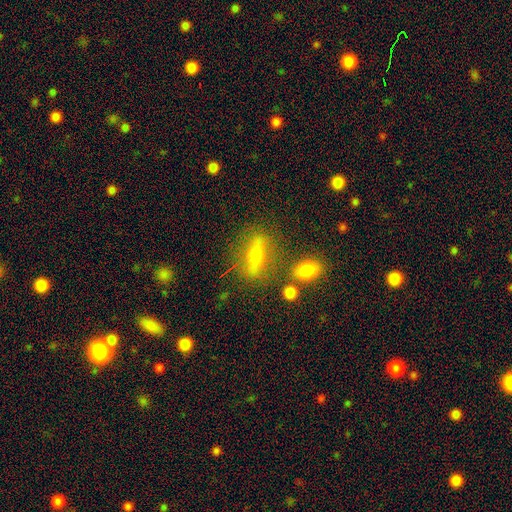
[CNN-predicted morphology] A featured or disk galaxy (46%).

Vote fractions:
- Smooth or featured? featured or disk: 46% / smooth: 43% / star or artifact: 11%
- Merging? none: 76% / minor disturbance: 12% / merger: 6% / major disturbance: 6%